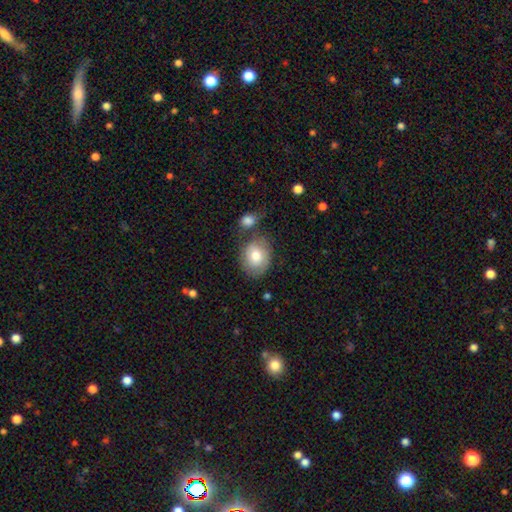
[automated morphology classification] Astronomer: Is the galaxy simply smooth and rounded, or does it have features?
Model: smooth — 77%.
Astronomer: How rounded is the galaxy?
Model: round — 51% (runner-up: in between, 48%).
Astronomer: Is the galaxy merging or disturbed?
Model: none — 61%.